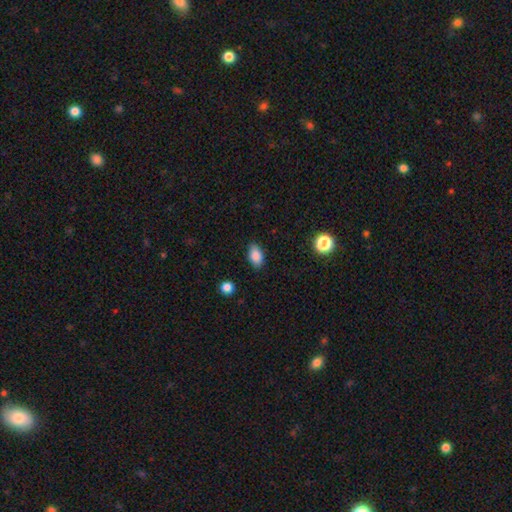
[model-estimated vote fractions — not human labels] A smooth galaxy with no disk features (87%) that is in between round and cigar-shaped (89%). Merging: none (83%).